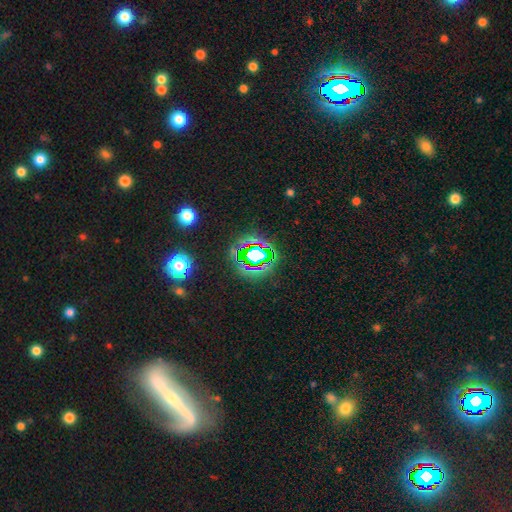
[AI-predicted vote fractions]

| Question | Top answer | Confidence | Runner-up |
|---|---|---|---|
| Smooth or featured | star or artifact | 63% | smooth (22%) |